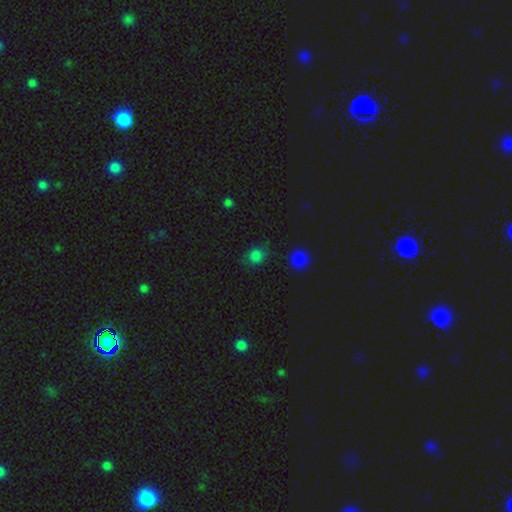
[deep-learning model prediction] A smooth galaxy with no disk features (77%) that is round (77%).

Vote fractions:
- Smooth or featured? smooth: 77% / star or artifact: 17% / featured or disk: 6%
- How rounded? round: 77% / in between: 21% / cigar-shaped: 1%
- Merging? none: 73% / minor disturbance: 18% / major disturbance: 6% / merger: 4%